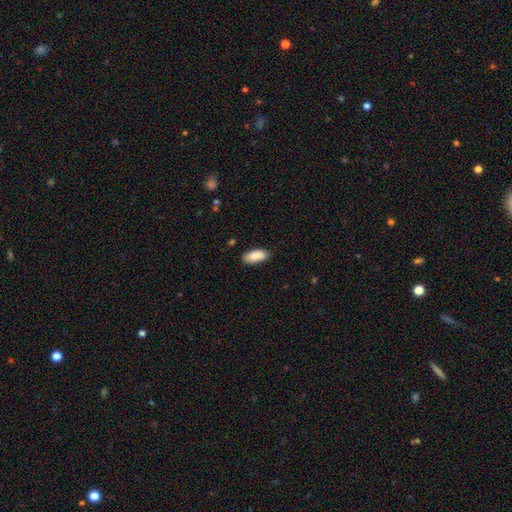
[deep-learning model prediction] Q: Smooth or featured?
A: smooth (89%); runner-up: star or artifact (6%)
Q: How rounded?
A: in between (87%); runner-up: cigar-shaped (11%)
Q: Merging?
A: none (83%); runner-up: minor disturbance (13%)